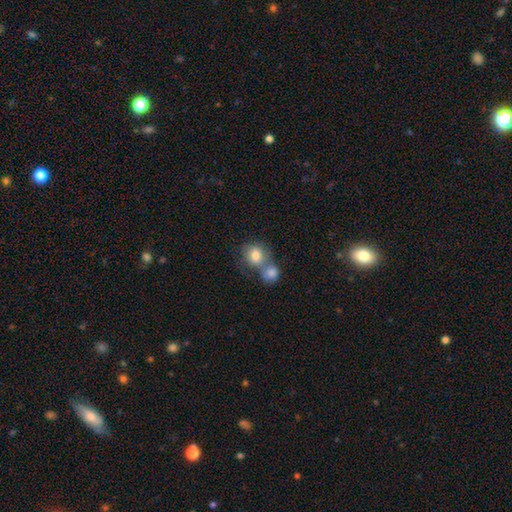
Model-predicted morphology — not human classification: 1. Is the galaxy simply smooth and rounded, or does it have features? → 80% smooth, 12% featured or disk, 8% star or artifact.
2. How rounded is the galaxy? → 71% round, 28% in between, 1% cigar-shaped.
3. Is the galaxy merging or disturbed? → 59% merger, 29% none, 8% minor disturbance, 4% major disturbance.